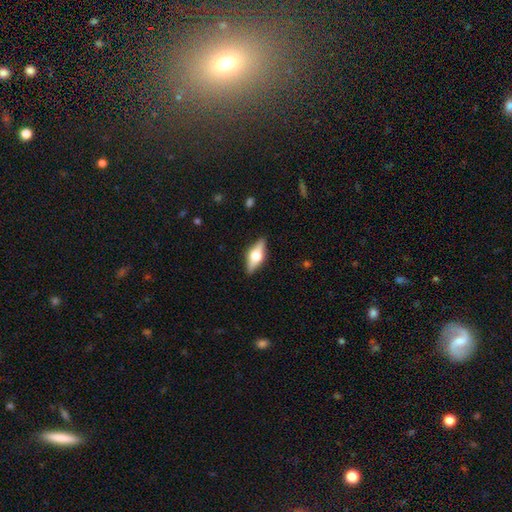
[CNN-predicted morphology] type=featured or disk (63%); edge-on=yes (95%); edge-on bulge=rounded (94%); merging=none (88%).